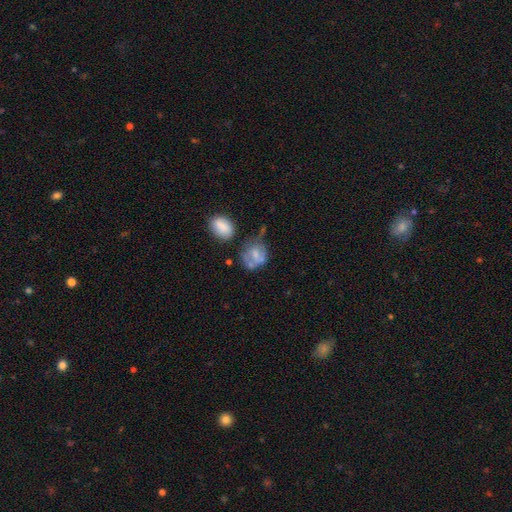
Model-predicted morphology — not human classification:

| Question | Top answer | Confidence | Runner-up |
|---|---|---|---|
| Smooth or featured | smooth | 51% | featured or disk (39%) |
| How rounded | round | 55% | in between (44%) |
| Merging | none | 36% | minor disturbance (26%) |